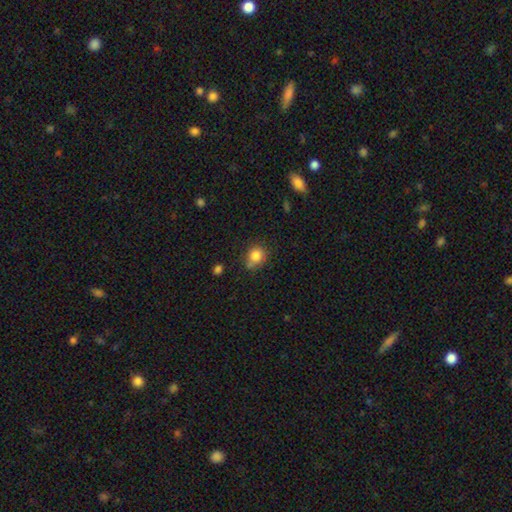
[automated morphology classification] Smooth or featured: smooth — 83% (star or artifact — 10%)
How rounded: round — 80% (in between — 19%)
Merging: none — 60% (minor disturbance — 23%)